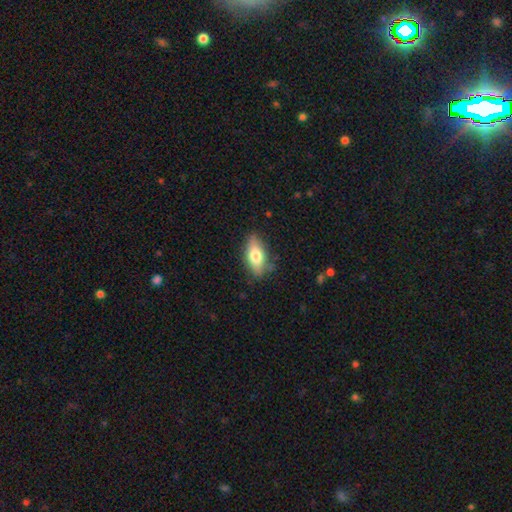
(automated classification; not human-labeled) smooth_or_featured: smooth (p=0.67) [alt: featured or disk p=0.26]
how_rounded: in between (p=0.80) [alt: cigar-shaped p=0.16]
merging: none (p=0.79) [alt: minor disturbance p=0.16]